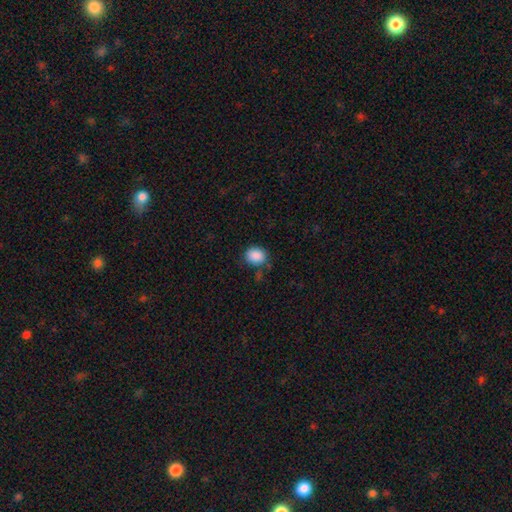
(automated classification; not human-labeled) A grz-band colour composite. It shows a smooth galaxy with no disk features (89%) that is round (51%). Merging: none (76%).